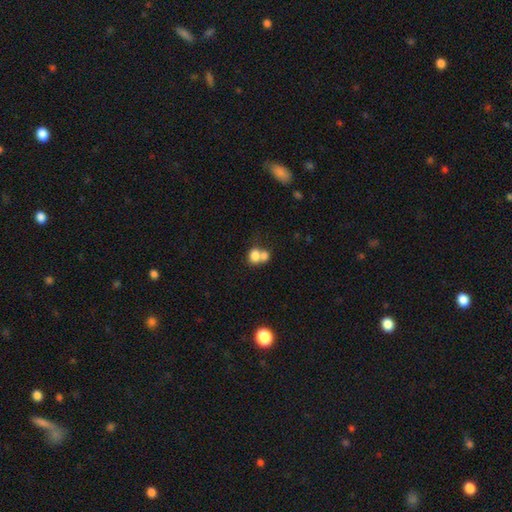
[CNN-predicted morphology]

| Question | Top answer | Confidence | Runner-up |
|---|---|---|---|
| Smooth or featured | smooth | 75% | featured or disk (15%) |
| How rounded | round | 52% | in between (47%) |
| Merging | merger | 64% | none (25%) |